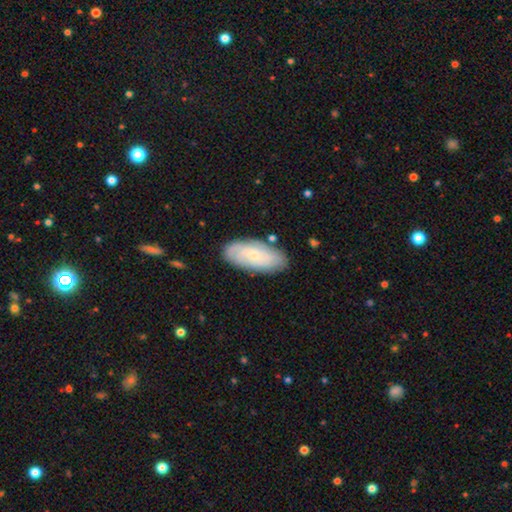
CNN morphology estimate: smooth 50%, featured or disk 44%, star or artifact 6%. Down the decision tree: merging — none (81%).